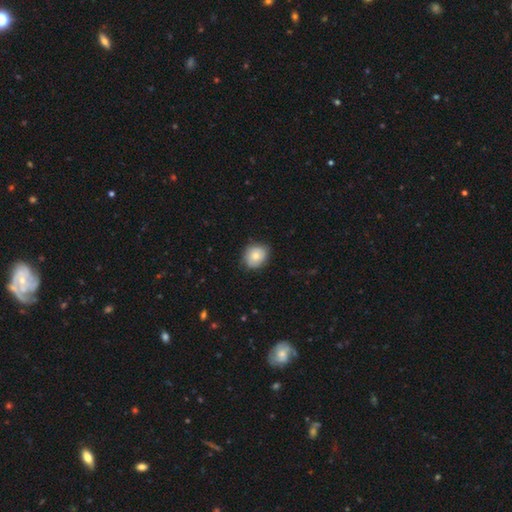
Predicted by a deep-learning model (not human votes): smooth_or_featured: smooth (p=0.75) [alt: featured or disk p=0.18]
how_rounded: round (p=0.62) [alt: in between p=0.37]
merging: none (p=0.79) [alt: minor disturbance p=0.17]